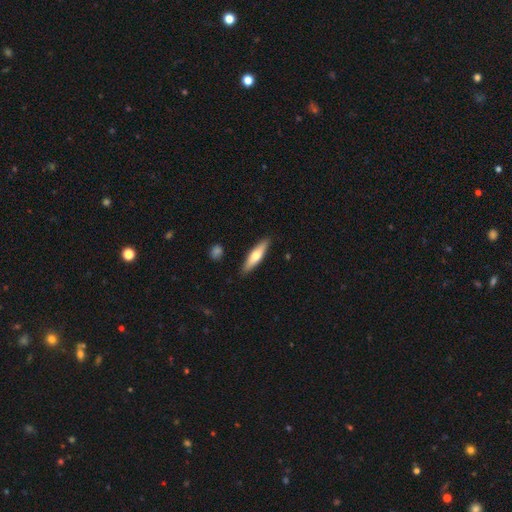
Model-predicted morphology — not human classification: smooth-or-featured: smooth: 59% | featured or disk: 36% | star or artifact: 5%
  how-rounded: cigar-shaped: 70% | in between: 28% | round: 2%
  merging: none: 88% | minor disturbance: 8% | major disturbance: 2% | merger: 2%